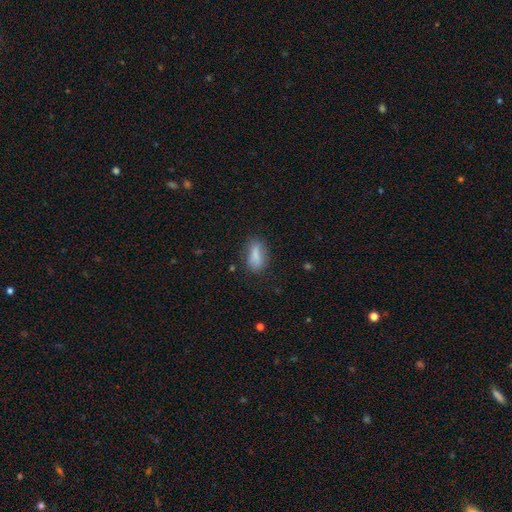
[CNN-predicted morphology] type=smooth (81%); roundness=in between (73%); merging=none (71%).